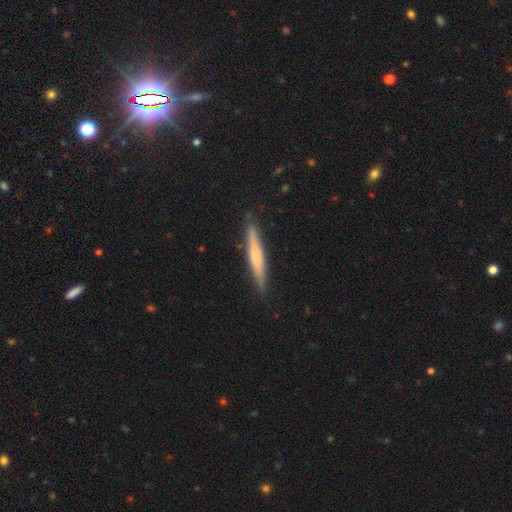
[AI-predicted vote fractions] The model was most divided on "smooth or featured": smooth: 52%, featured or disk: 42%, star or artifact: 6%. More confident: how rounded — cigar-shaped (94%); merging — none (88%).